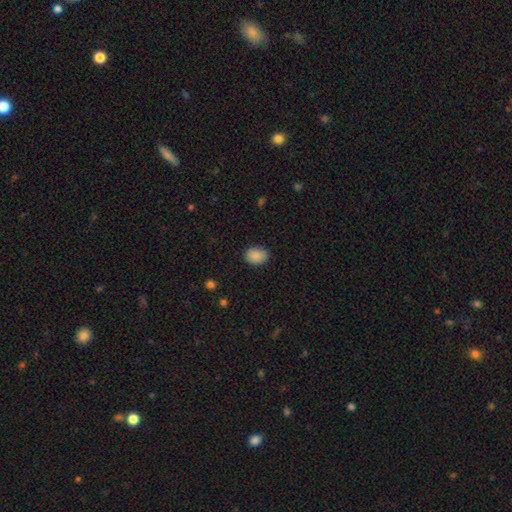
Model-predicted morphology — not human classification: Smooth or featured?
  - smooth: 87% *
  - star or artifact: 8%
  - featured or disk: 4%
How rounded?
  - in between: 57% *
  - round: 42%
  - cigar-shaped: 1%
Merging?
  - none: 78% *
  - minor disturbance: 18%
  - major disturbance: 3%
  - merger: 1%